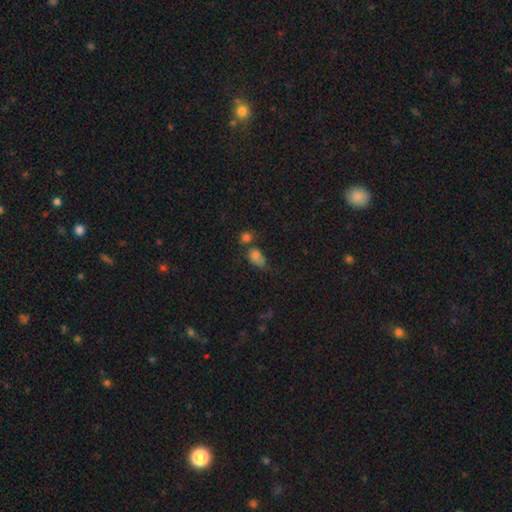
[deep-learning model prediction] Q: Smooth or featured?
A: smooth (74%); runner-up: star or artifact (15%)
Q: How rounded?
A: in between (68%); runner-up: round (29%)
Q: Merging?
A: none (35%); runner-up: merger (31%)